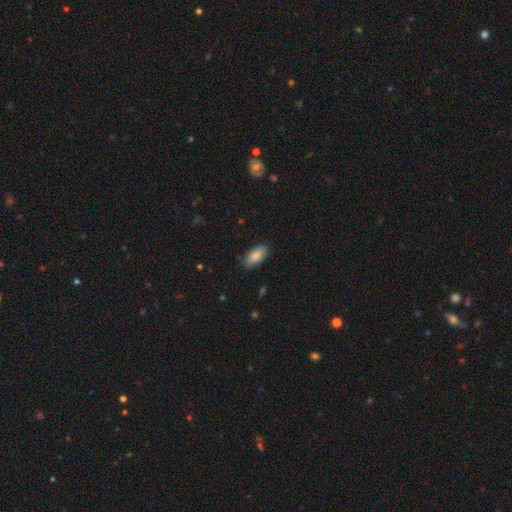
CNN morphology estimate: Smooth or featured? smooth (86%)
How rounded? in between (92%)
Merging? none (85%)